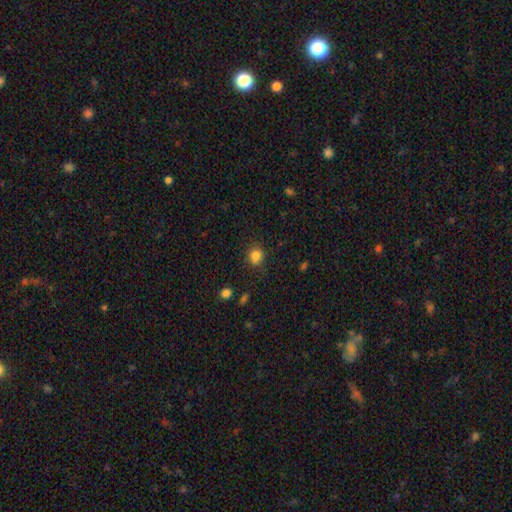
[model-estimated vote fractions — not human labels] Smooth or featured? smooth (82%)
How rounded? round (80%)
Merging? none (81%)